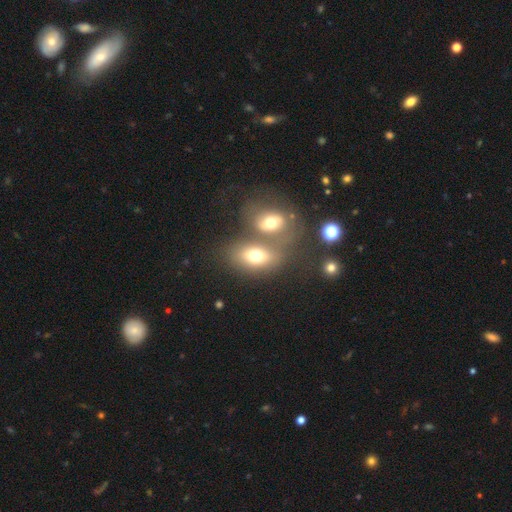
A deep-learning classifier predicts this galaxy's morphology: type=smooth (69%); roundness=in between (78%); merging=merger (42%).